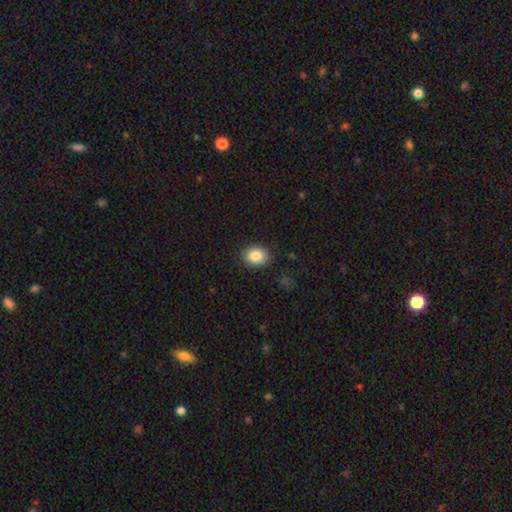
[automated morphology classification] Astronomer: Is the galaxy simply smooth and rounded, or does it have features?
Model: smooth — 85%.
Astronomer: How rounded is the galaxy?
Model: in between — 58% (runner-up: round, 41%).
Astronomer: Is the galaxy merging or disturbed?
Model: none — 86%.